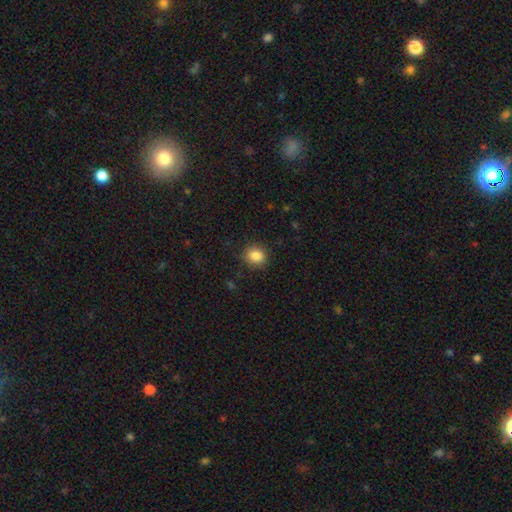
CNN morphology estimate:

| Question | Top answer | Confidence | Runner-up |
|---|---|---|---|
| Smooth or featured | smooth | 86% | star or artifact (10%) |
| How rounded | round | 78% | in between (21%) |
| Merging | none | 86% | minor disturbance (10%) |